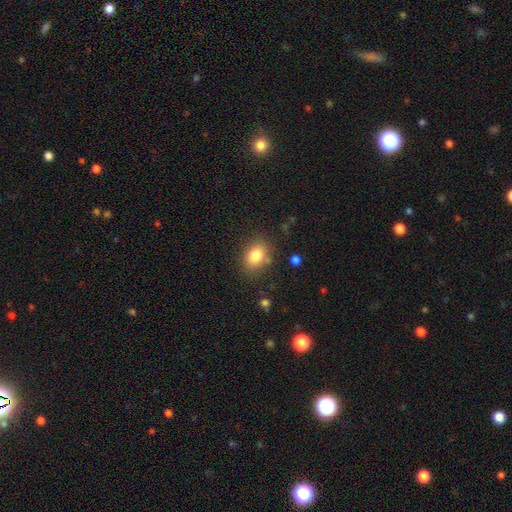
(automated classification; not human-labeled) Smooth or featured: smooth — 82% (star or artifact — 10%)
How rounded: in between — 69% (round — 30%)
Merging: none — 80% (minor disturbance — 12%)